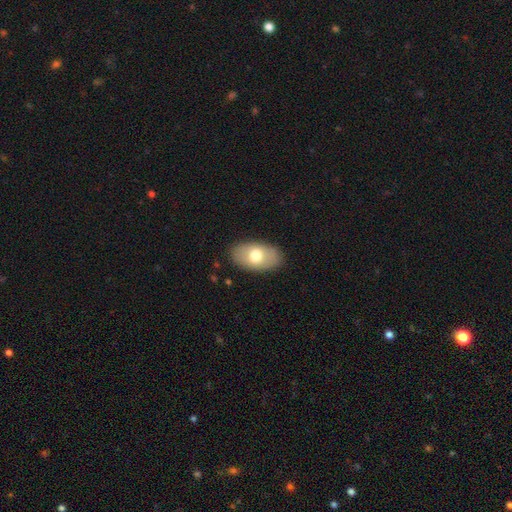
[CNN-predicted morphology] The model was most divided on "smooth or featured": smooth: 70%, featured or disk: 24%, star or artifact: 6%. More confident: how rounded — in between (93%); merging — none (86%).